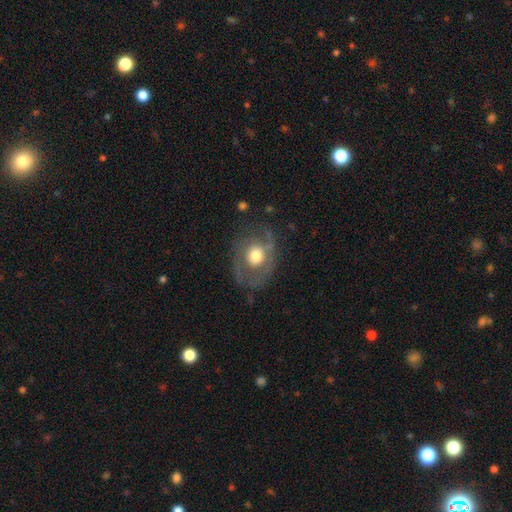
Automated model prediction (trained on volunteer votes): featured or disk 51%, smooth 42%, star or artifact 7%. Down the decision tree: edge-on disk — no (95%); merging — none (64%).